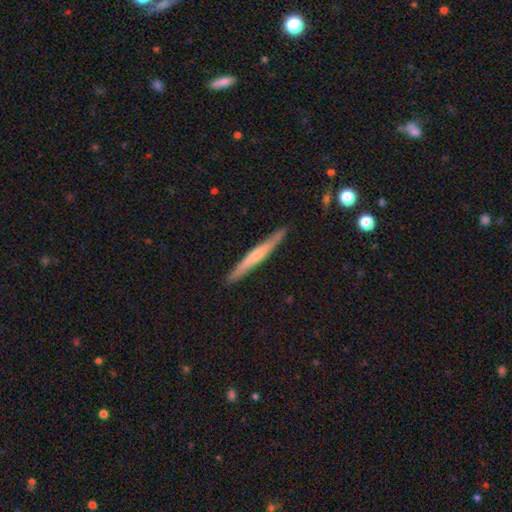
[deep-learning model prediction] A featured or disk galaxy (49%). Merging: none (89%).